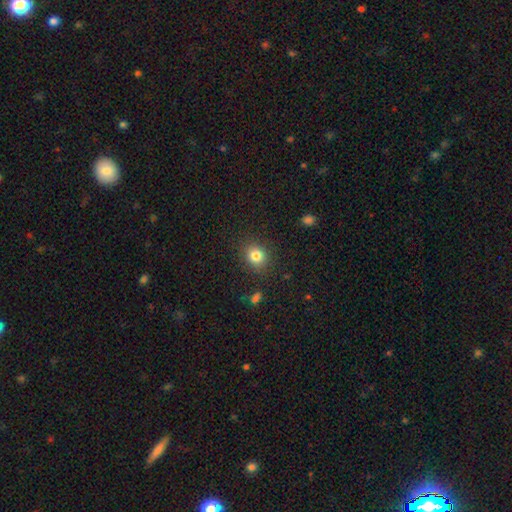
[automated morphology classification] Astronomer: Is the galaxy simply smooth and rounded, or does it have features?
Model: smooth — 82%.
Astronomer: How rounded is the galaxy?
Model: round — 72%.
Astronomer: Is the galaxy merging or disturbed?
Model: none — 87%.